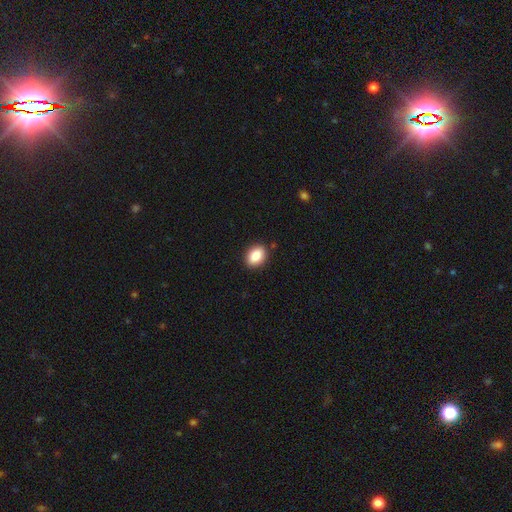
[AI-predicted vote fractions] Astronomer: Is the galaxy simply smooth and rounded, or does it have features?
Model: smooth — 86%.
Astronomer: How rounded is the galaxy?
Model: in between — 74%.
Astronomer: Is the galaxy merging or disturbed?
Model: none — 89%.